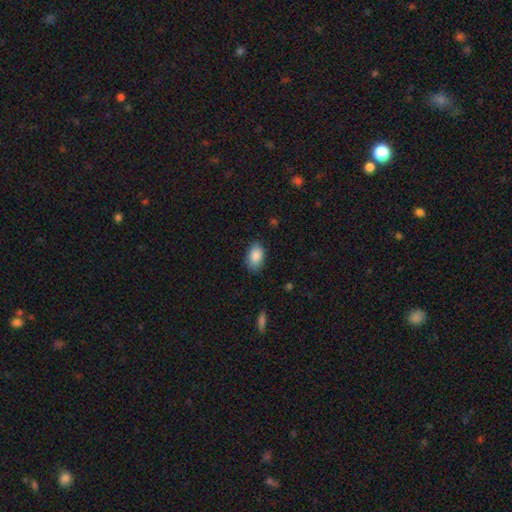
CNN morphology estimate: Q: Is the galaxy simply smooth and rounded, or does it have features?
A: smooth — 88%.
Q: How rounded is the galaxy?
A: in between — 90%.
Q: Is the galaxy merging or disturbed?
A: none — 81%.